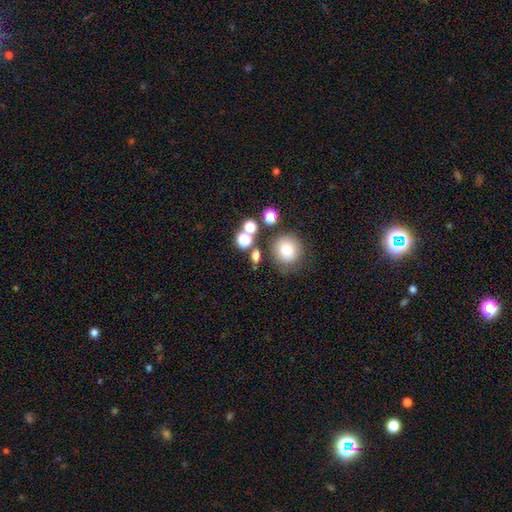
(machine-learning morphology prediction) Overall: smooth (71%). How rounded: round (70%). Merging: none (66%).